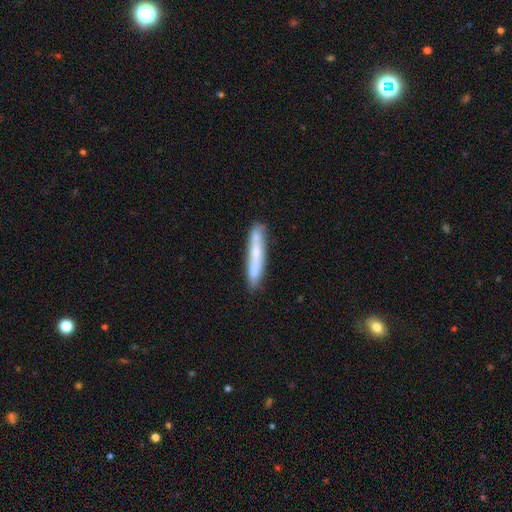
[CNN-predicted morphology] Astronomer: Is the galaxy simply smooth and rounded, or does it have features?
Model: smooth — 54% (runner-up: featured or disk, 39%).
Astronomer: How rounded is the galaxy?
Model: cigar-shaped — 94%.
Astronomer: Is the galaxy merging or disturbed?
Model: none — 81%.